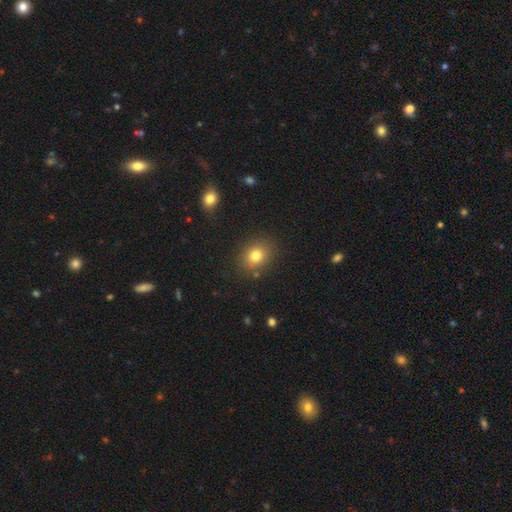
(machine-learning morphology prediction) type=smooth (79%); roundness=round (52%); merging=none (83%).